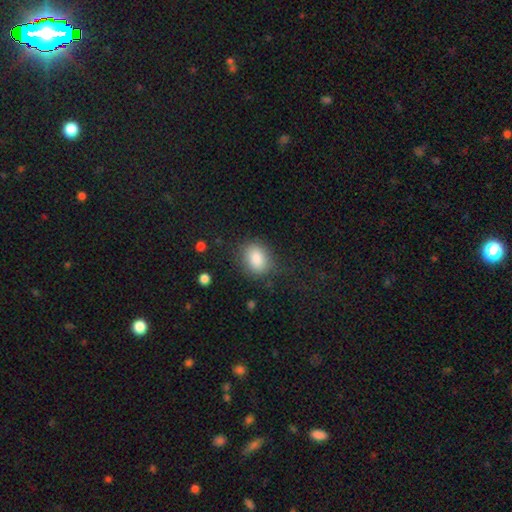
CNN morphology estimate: type=smooth (85%); roundness=in between (62%); merging=none (77%).